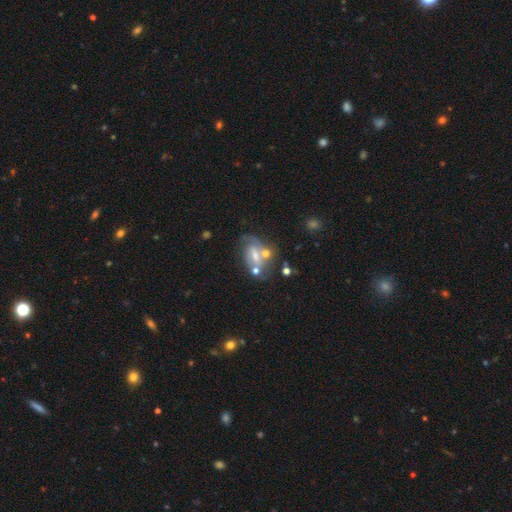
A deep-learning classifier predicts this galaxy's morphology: A featured or disk galaxy (57%) with a weak bar (40%), spiral arms (62%) and a moderate central bulge (41%).

Vote fractions:
- Smooth or featured? featured or disk: 57% / smooth: 32% / star or artifact: 11%
- Edge-on disk? no: 94% / yes: 6%
- Bar? weak: 40% / no: 36% / strong: 24%
- Spiral arms? yes: 62% / no: 38%
- Bulge size? moderate: 41% / small: 40% / none: 11% / large: 6% / dominant: 2%
- Merging? none: 36% / merger: 30% / minor disturbance: 18% / major disturbance: 15%